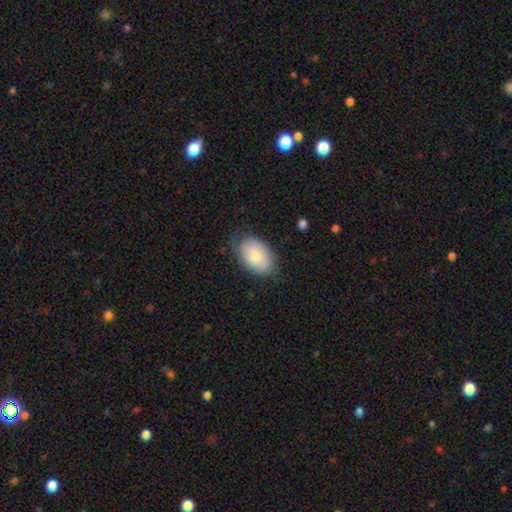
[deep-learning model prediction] Morphology: type=smooth (74%); roundness=in between (90%); merging=none (67%).